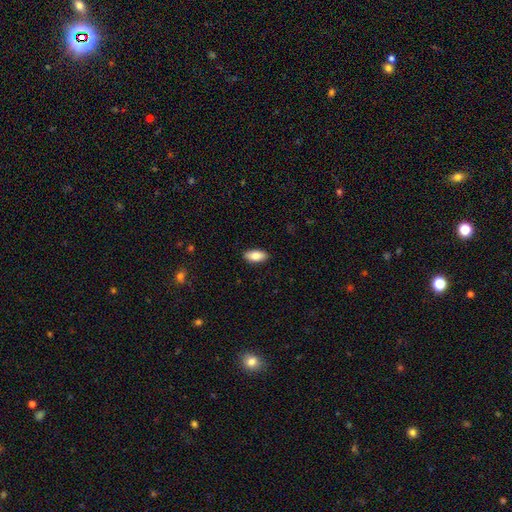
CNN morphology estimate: smooth 85%, featured or disk 10%, star or artifact 6%. Down the decision tree: how rounded — in between (90%); merging — none (90%).